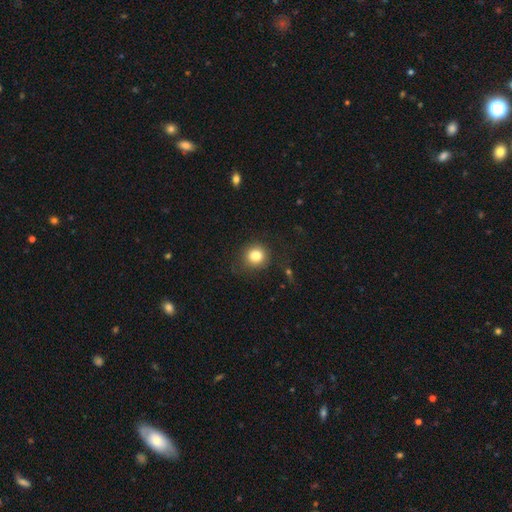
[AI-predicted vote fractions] The model was most divided on "merging": none: 81%, minor disturbance: 12%, major disturbance: 5%, merger: 2%. More confident: how rounded — round (87%); smooth or featured — smooth (84%).